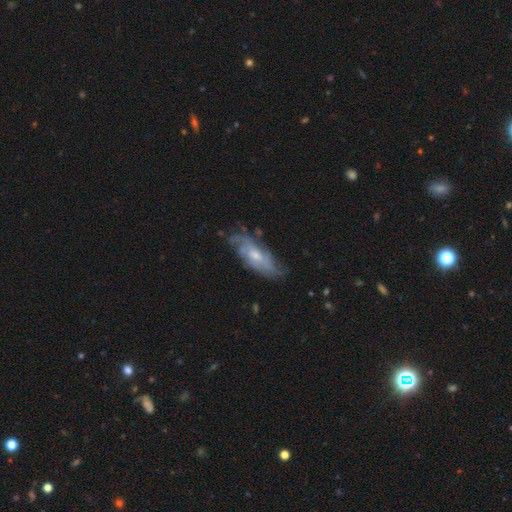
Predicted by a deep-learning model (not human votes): Overall: featured or disk (79%). Edge-on disk: no (87%). Bar: no (66%; weak 29%). Spiral arms: yes (92%). Spiral arm count: can't tell (40%; 2 19%). Spiral winding: tight (49%; medium 37%). Bulge size: small (53%; moderate 41%). Merging: none (68%).